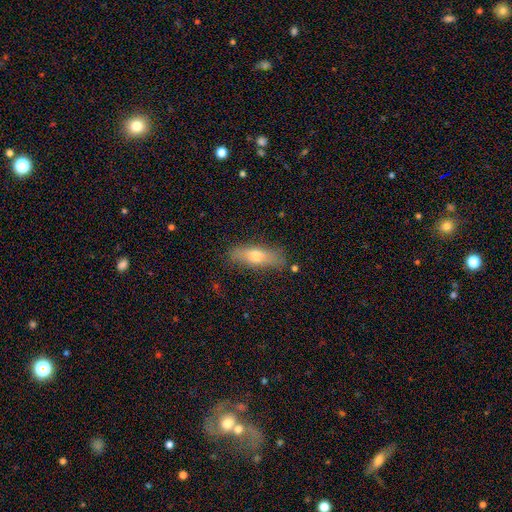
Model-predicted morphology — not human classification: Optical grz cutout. It shows a smooth galaxy with no disk features (61%) that is cigar-shaped (55%). Merging: none (79%).